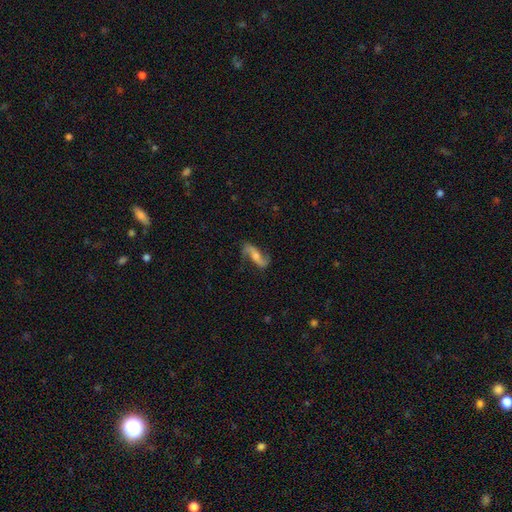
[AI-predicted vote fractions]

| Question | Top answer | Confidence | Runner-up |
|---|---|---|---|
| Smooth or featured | featured or disk | 83% | smooth (11%) |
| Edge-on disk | no | 92% | yes (8%) |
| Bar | no | 46% | weak (35%) |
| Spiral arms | yes | 95% | no (5%) |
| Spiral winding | loose | 71% | medium (22%) |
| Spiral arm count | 2 | 93% | can't tell (2%) |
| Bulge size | moderate | 51% | small (30%) |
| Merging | none | 77% | minor disturbance (14%) |